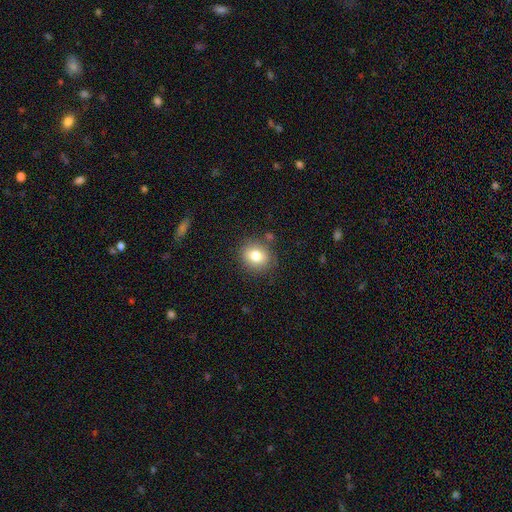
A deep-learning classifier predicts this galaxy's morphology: This is likely a smooth galaxy (79%). How rounded: likely round (73%). Merging: clearly none (82%).